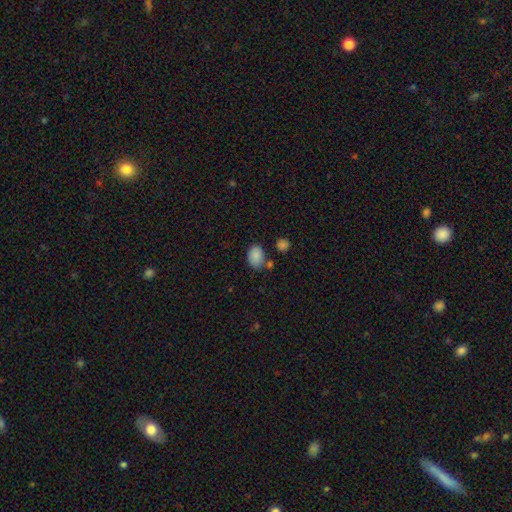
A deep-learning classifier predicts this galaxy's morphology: smooth_or_featured: smooth (p=0.87) [alt: star or artifact p=0.09]
how_rounded: in between (p=0.74) [alt: round p=0.25]
merging: none (p=0.69) [alt: minor disturbance p=0.17]